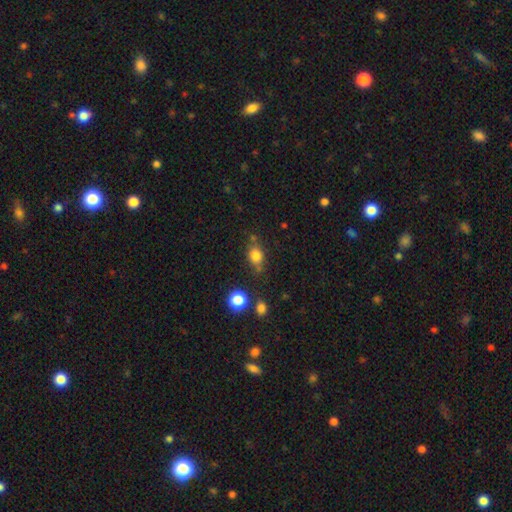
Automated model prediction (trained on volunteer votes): smooth 80%, star or artifact 12%, featured or disk 8%. Down the decision tree: how rounded — in between (51%); merging — none (66%).